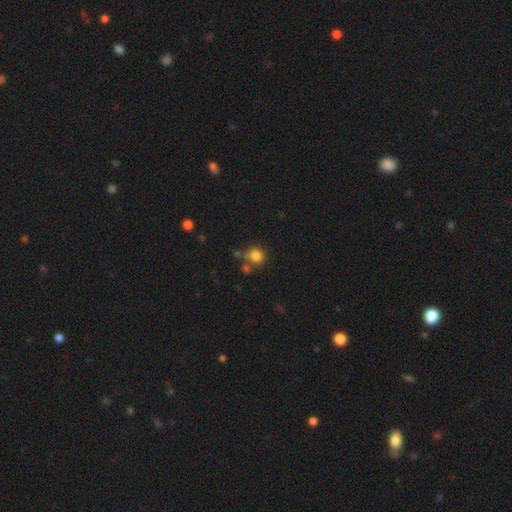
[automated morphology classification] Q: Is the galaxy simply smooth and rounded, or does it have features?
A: smooth — 80%.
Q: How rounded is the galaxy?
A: round — 87%.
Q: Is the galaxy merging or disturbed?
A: none — 63%.